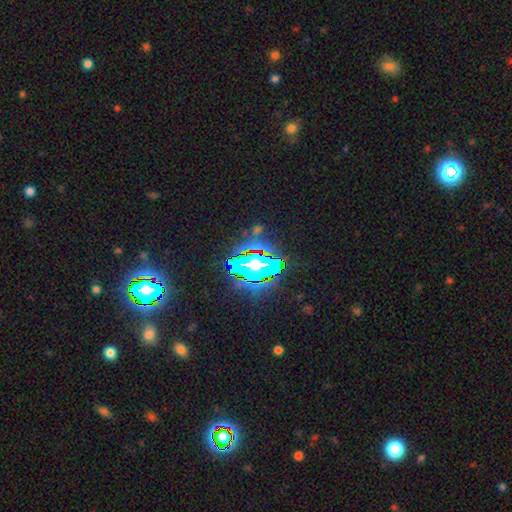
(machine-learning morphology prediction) star or artifact 82%, smooth 11%, featured or disk 8%.